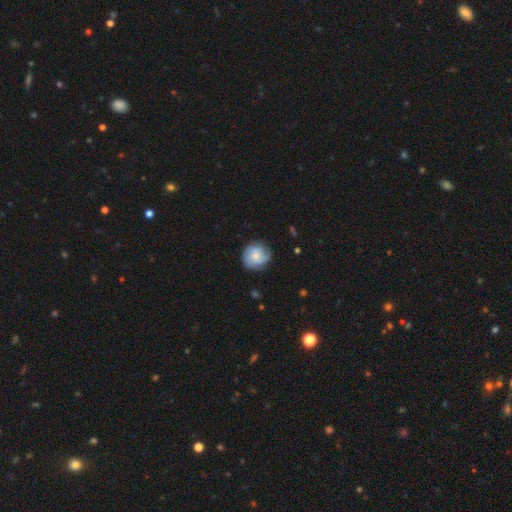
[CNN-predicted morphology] Smooth or featured? Predicted: smooth (p=0.52). How rounded? Predicted: round (p=0.86). Merging? Predicted: none (p=0.76).